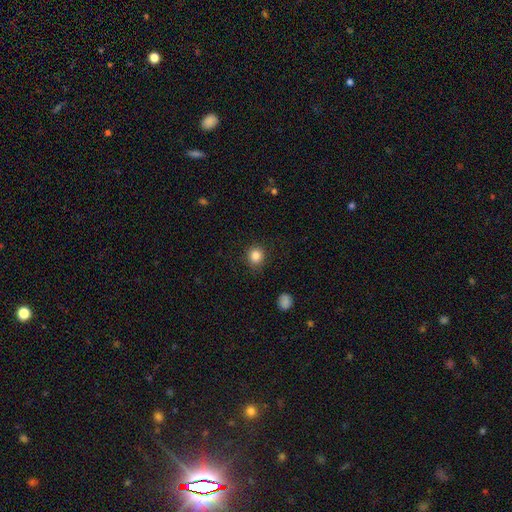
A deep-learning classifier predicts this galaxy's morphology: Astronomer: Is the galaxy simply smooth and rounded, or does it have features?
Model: smooth — 85%.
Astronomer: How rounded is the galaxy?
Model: round — 86%.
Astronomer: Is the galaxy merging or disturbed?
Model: none — 87%.